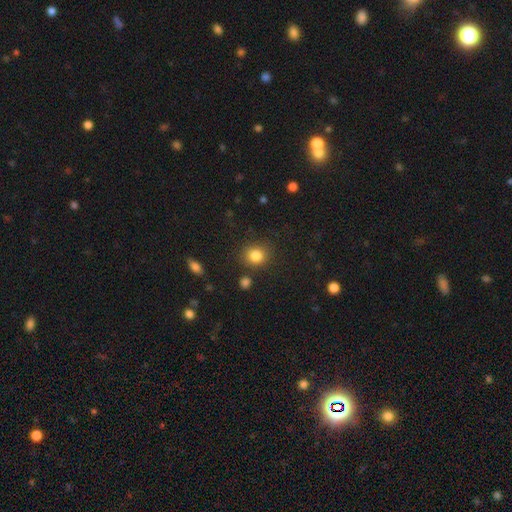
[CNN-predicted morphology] This is clearly a smooth galaxy (83%). How rounded: likely round (76%). Merging: clearly none (84%).